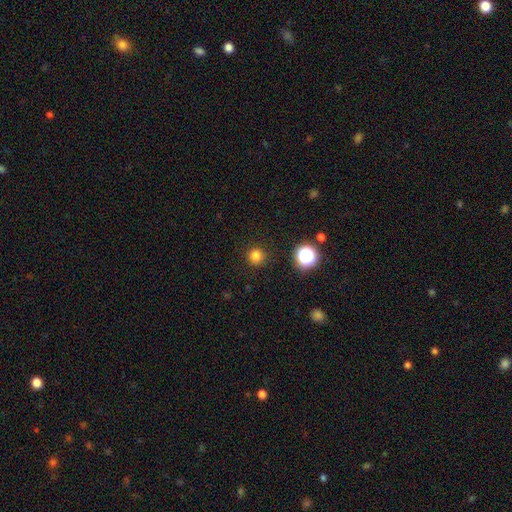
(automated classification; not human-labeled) Smooth or featured: smooth — 80% (star or artifact — 16%)
How rounded: round — 95% (in between — 4%)
Merging: none — 91% (minor disturbance — 6%)